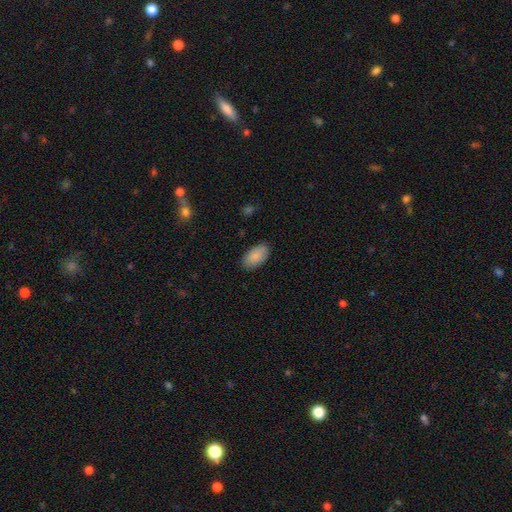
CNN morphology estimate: This appears to be a smooth galaxy with no disk features (89%) that is in between round and cigar-shaped (95%). Merging: none (87%).